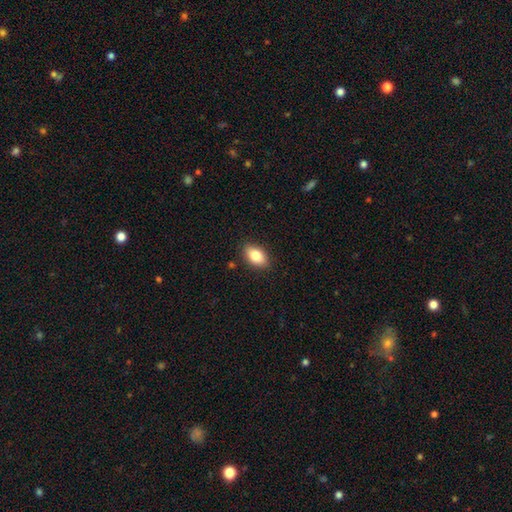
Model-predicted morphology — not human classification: A smooth galaxy with no disk features (83%) that is in between round and cigar-shaped (90%).

Vote fractions:
- Smooth or featured? smooth: 83% / featured or disk: 10% / star or artifact: 8%
- How rounded? in between: 90% / round: 7% / cigar-shaped: 3%
- Merging? none: 87% / minor disturbance: 9% / major disturbance: 2% / merger: 1%